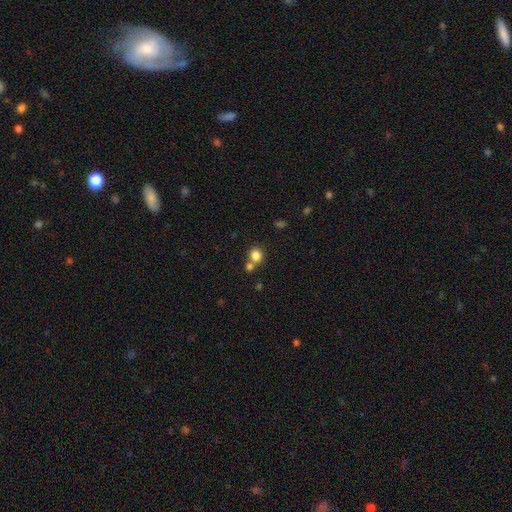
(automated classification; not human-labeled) Smooth or featured: smooth — 82% (star or artifact — 12%)
How rounded: round — 80% (in between — 19%)
Merging: none — 56% (merger — 33%)